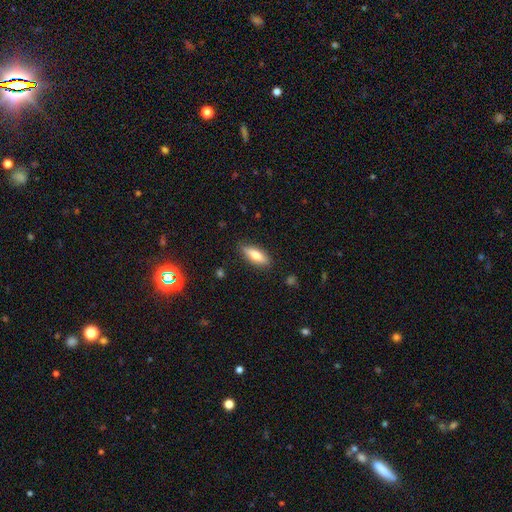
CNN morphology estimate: Smooth or featured? smooth (69%)
How rounded? in between (63%)
Merging? none (84%)